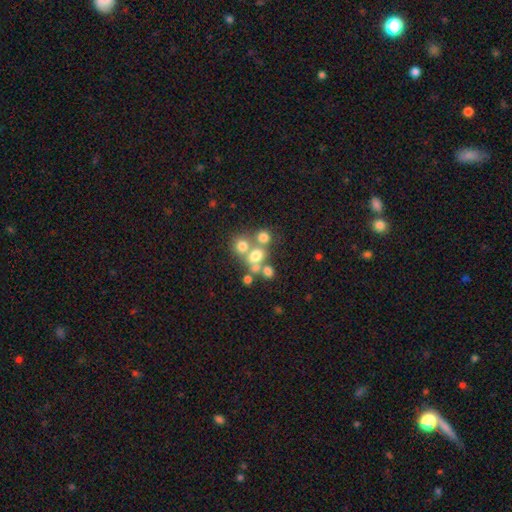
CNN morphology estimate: smooth-or-featured: smooth: 60% | featured or disk: 23% | star or artifact: 18%
  how-rounded: round: 73% | in between: 26% | cigar-shaped: 1%
  merging: merger: 44% | none: 41% | minor disturbance: 8% | major disturbance: 7%